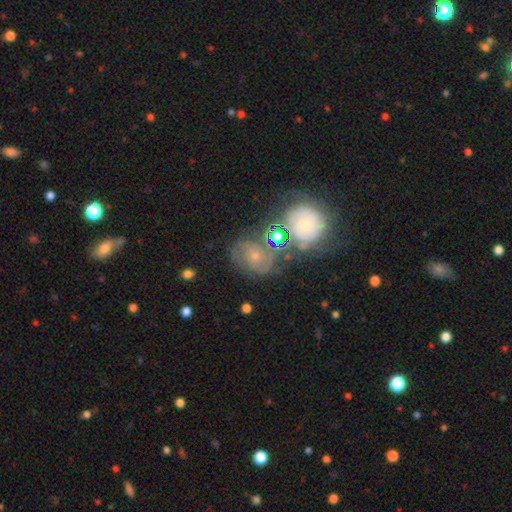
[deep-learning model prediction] featured or disk 63%, smooth 23%, star or artifact 13%. Down the decision tree: edge-on disk — no (97%); bar — no (65%); spiral arms — yes (92%); spiral arm count — 2 (38%); spiral winding — tight (47%); bulge size — small (62%); merging — none (54%).